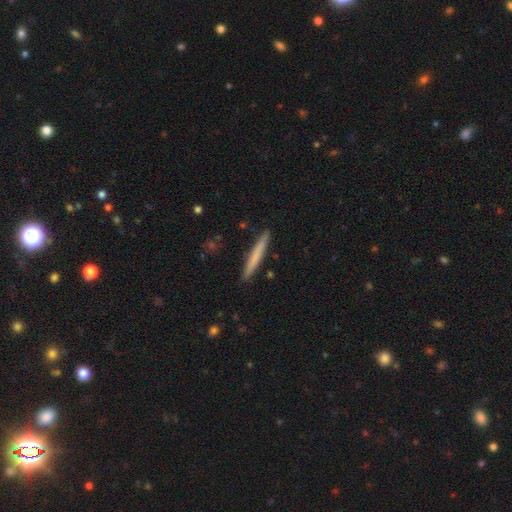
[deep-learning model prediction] This appears to be a smooth galaxy with no disk features (67%) that is cigar-shaped (96%). Merging: none (90%).